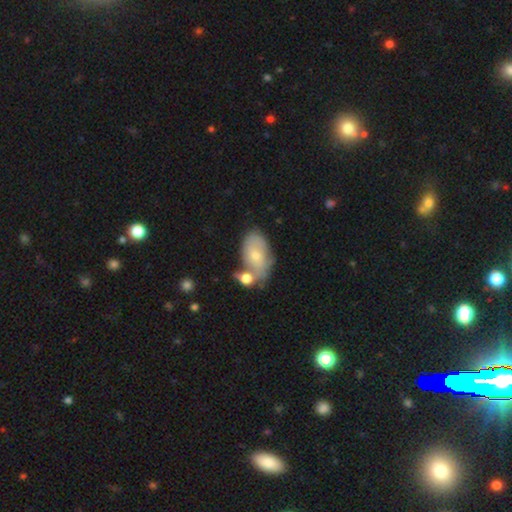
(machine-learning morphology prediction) This appears to be a smooth galaxy with no disk features (59%) that is in between round and cigar-shaped (90%). Merging: none (40%).